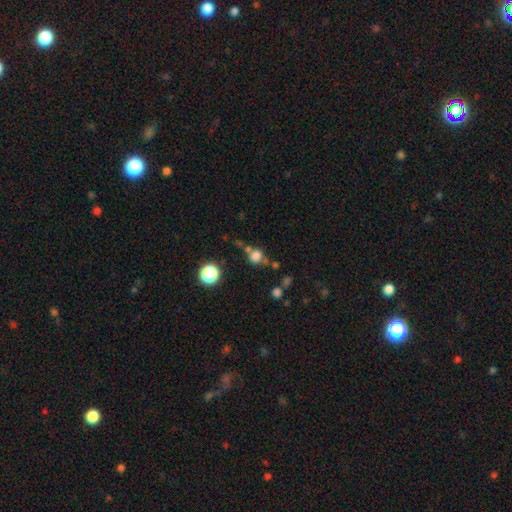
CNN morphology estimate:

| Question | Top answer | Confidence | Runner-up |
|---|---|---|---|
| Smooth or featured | smooth | 75% | star or artifact (17%) |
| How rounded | round | 84% | in between (15%) |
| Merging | none | 57% | merger (22%) |